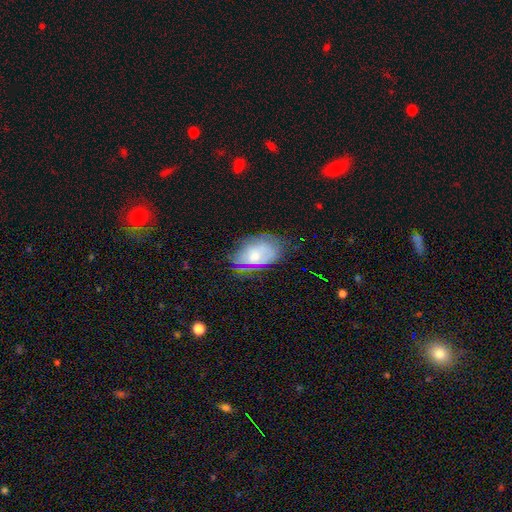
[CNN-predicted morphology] This appears to be a smooth galaxy with no disk features (49%). Merging: none (67%).